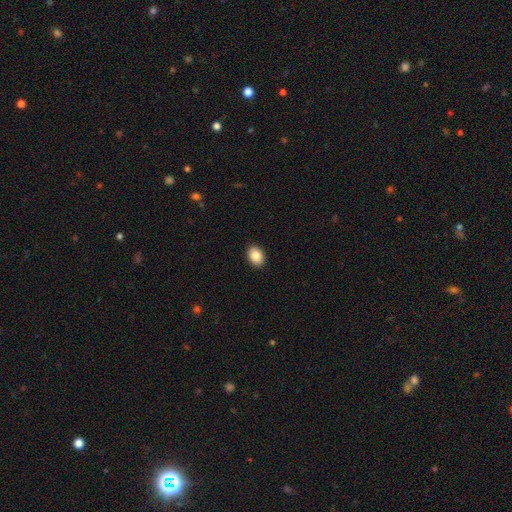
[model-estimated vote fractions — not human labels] Smooth or featured: smooth — 87% (star or artifact — 7%)
How rounded: in between — 80% (round — 19%)
Merging: none — 91% (minor disturbance — 6%)